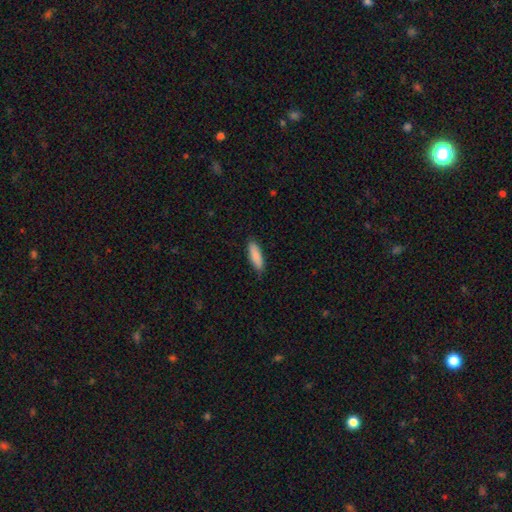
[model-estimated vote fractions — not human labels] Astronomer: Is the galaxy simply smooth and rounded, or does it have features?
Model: smooth — 88%.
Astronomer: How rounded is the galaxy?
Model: cigar-shaped — 52% (runner-up: in between, 46%).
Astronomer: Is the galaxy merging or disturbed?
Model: none — 85%.